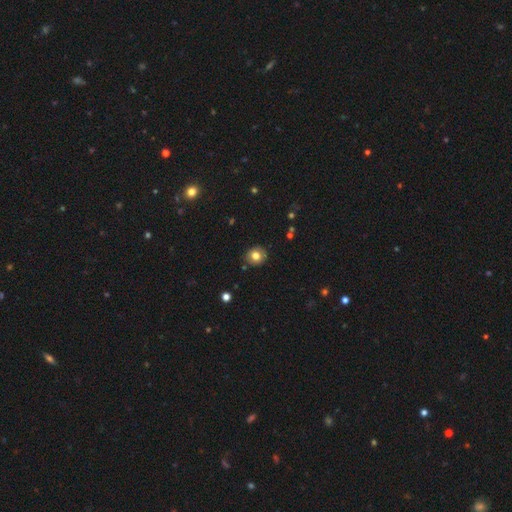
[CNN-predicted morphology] Q: Smooth or featured?
A: smooth (79%); runner-up: star or artifact (11%)
Q: How rounded?
A: round (81%); runner-up: in between (18%)
Q: Merging?
A: none (88%); runner-up: minor disturbance (9%)